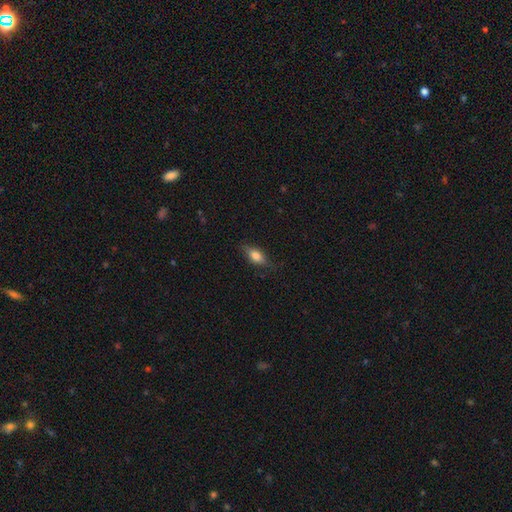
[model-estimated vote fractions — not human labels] This appears to be a smooth galaxy with no disk features (72%) that is in between round and cigar-shaped (79%). Merging: none (75%).